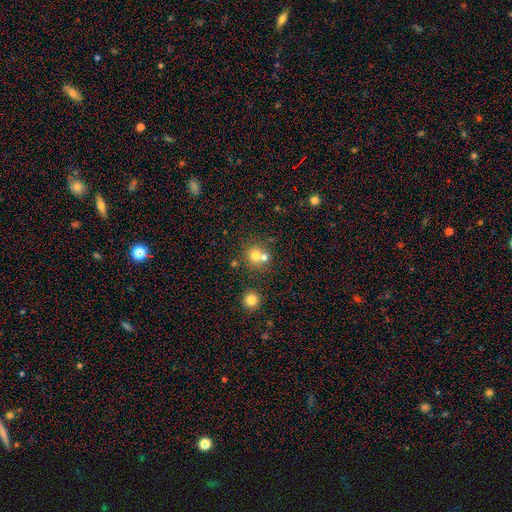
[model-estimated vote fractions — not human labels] Smooth or featured? smooth (71%)
How rounded? round (87%)
Merging? none (52%)